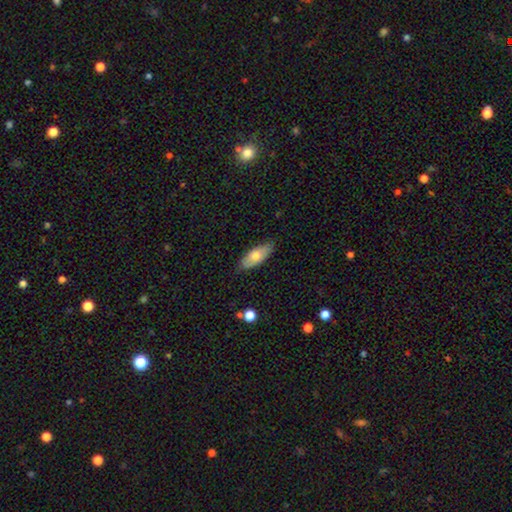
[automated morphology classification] Smooth or featured?
  - smooth: 67% *
  - featured or disk: 27%
  - star or artifact: 6%
How rounded?
  - in between: 80% *
  - cigar-shaped: 17%
  - round: 2%
Merging?
  - none: 80% *
  - minor disturbance: 17%
  - major disturbance: 3%
  - merger: 1%